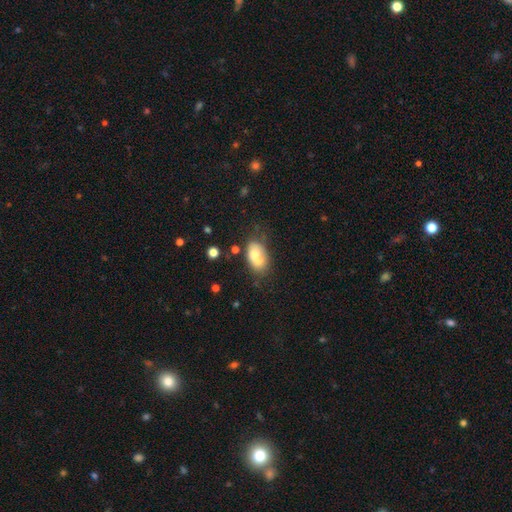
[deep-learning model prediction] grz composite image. It shows a smooth galaxy with no disk features (65%) that is in between round and cigar-shaped (83%). Merging: merger (48%).